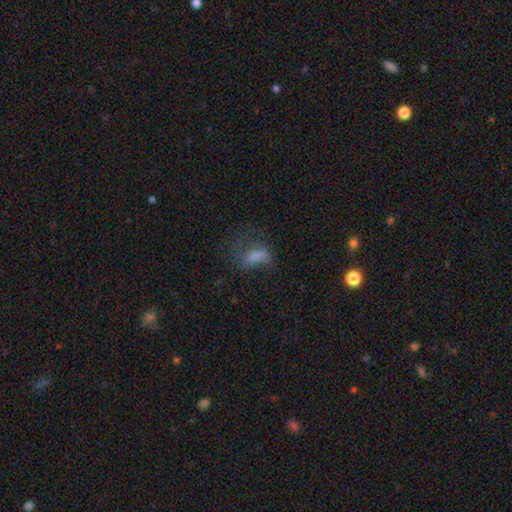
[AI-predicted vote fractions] Smooth or featured?
  - smooth: 55% *
  - featured or disk: 24%
  - star or artifact: 21%
How rounded?
  - in between: 73% *
  - cigar-shaped: 16%
  - round: 11%
Merging?
  - major disturbance: 39% *
  - none: 35%
  - minor disturbance: 22%
  - merger: 4%